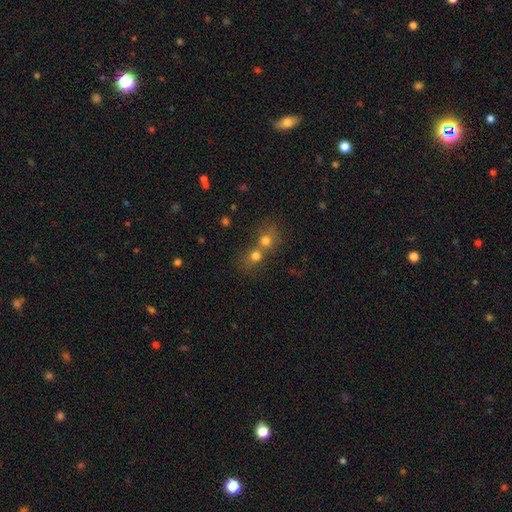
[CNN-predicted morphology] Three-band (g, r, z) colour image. It shows a smooth galaxy with no disk features (71%) that is round (78%). Merging: merger (63%).